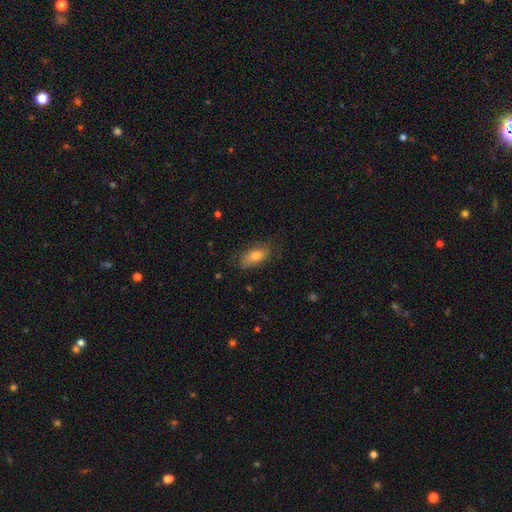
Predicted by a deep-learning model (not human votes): Overall: smooth (69%). How rounded: in between (84%). Merging: none (72%).